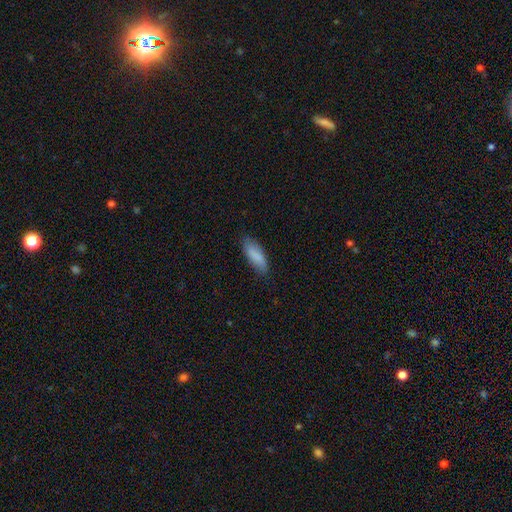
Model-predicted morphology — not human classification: A smooth galaxy with no disk features (84%) that is in between round and cigar-shaped (68%).

Vote fractions:
- Smooth or featured? smooth: 84% / featured or disk: 10% / star or artifact: 6%
- How rounded? in between: 68% / cigar-shaped: 30% / round: 2%
- Merging? none: 77% / minor disturbance: 18% / major disturbance: 3% / merger: 1%